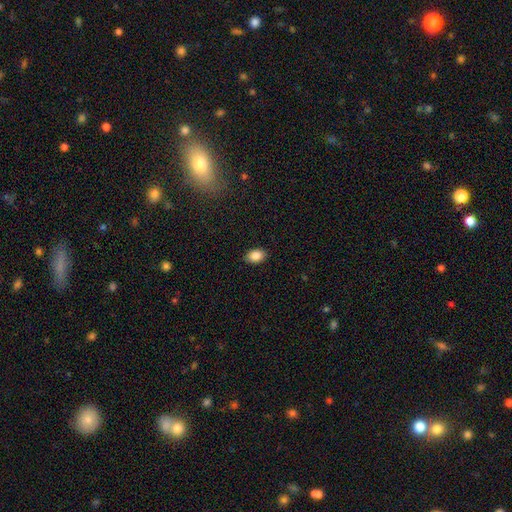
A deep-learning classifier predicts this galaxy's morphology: A smooth galaxy with no disk features (87%) that is in between round and cigar-shaped (88%). Merging: none (88%).